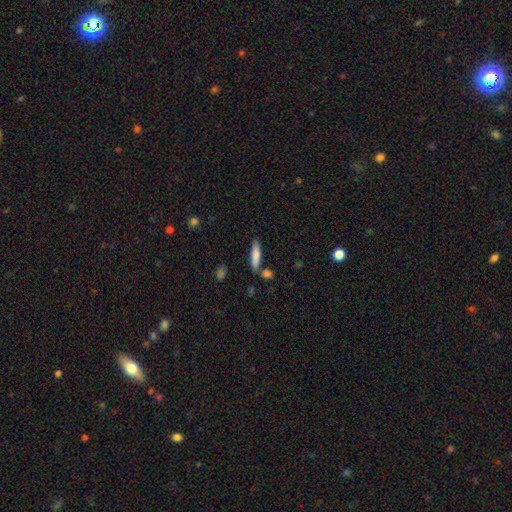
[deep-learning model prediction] The model was most divided on "how rounded": cigar-shaped: 76%, in between: 22%, round: 2%. More confident: smooth or featured — smooth (79%); merging — none (79%).